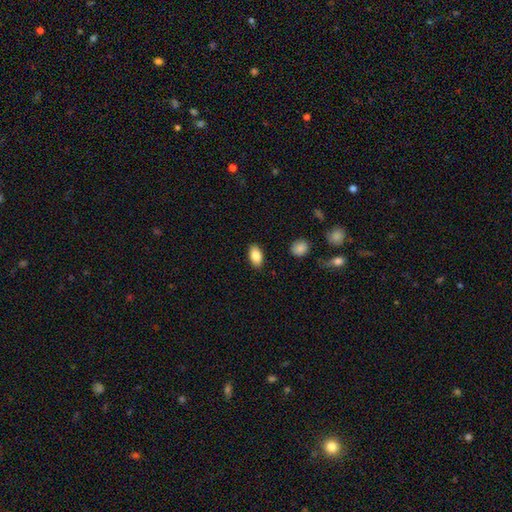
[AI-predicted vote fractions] Overall: smooth (86%). How rounded: in between (92%). Merging: none (88%).